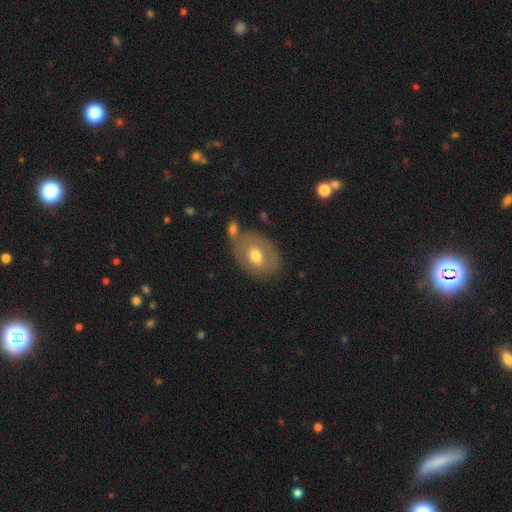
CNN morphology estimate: A smooth galaxy with no disk features (56%) that is in between round and cigar-shaped (75%). Merging: none (59%).